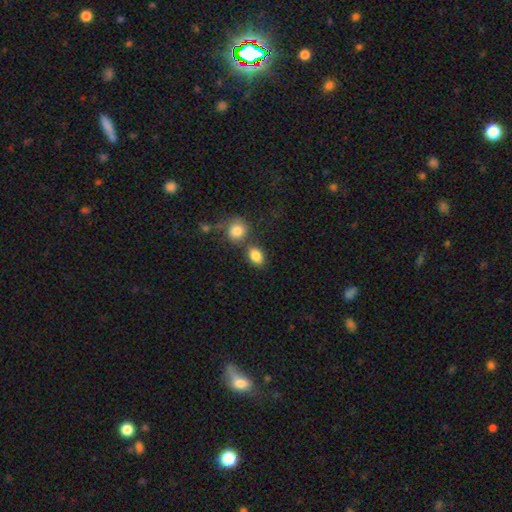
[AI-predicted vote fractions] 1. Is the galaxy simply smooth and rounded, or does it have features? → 85% smooth, 9% star or artifact, 7% featured or disk.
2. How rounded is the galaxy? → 77% in between, 21% round, 2% cigar-shaped.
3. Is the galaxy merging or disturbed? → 62% none, 22% merger, 12% minor disturbance, 4% major disturbance.